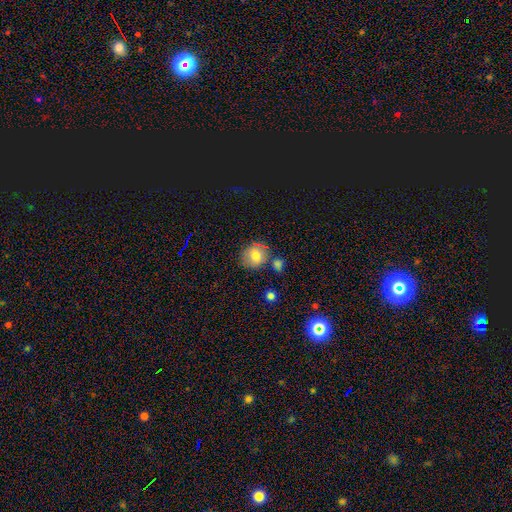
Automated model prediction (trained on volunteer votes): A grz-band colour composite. It shows a smooth galaxy with no disk features (74%) that is round (79%). Merging: none (67%).